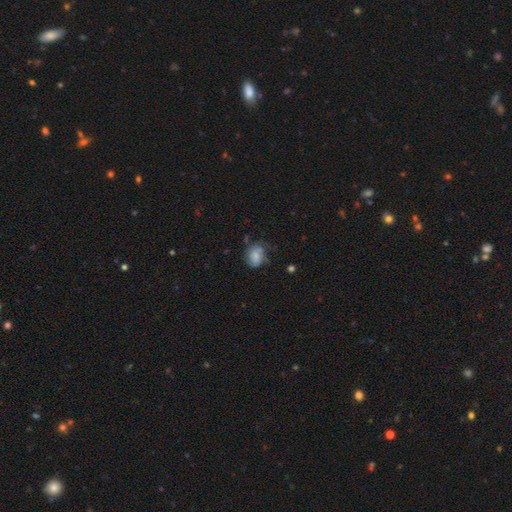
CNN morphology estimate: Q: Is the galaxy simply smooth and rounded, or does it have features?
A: smooth — 58%.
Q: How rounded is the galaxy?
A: in between — 59%.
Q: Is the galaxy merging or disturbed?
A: none — 47%.